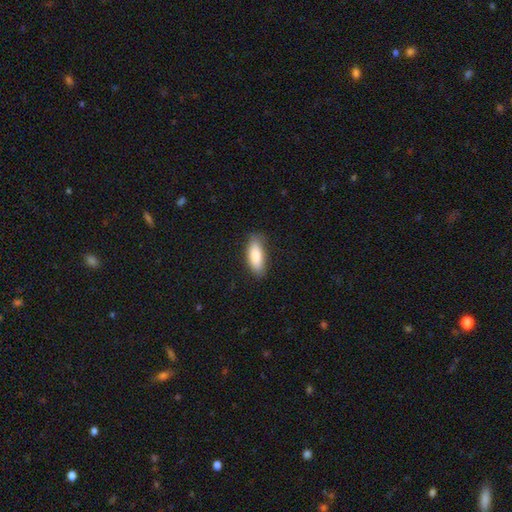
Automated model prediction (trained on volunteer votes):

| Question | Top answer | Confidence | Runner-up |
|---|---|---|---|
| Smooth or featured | smooth | 86% | featured or disk (9%) |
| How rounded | in between | 73% | cigar-shaped (25%) |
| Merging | none | 79% | minor disturbance (17%) |